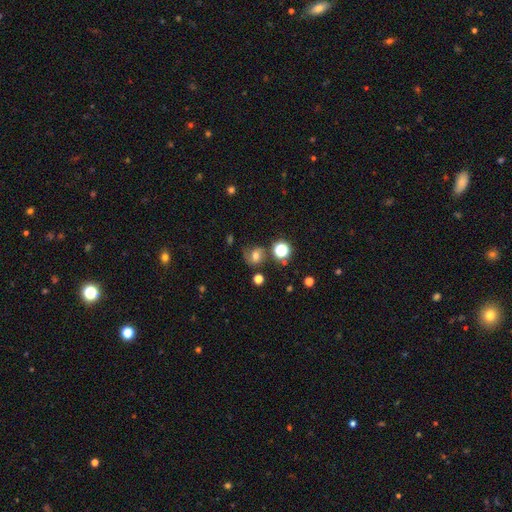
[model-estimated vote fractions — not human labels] This is possibly a smooth galaxy (48%). Merging: likely none (63%).